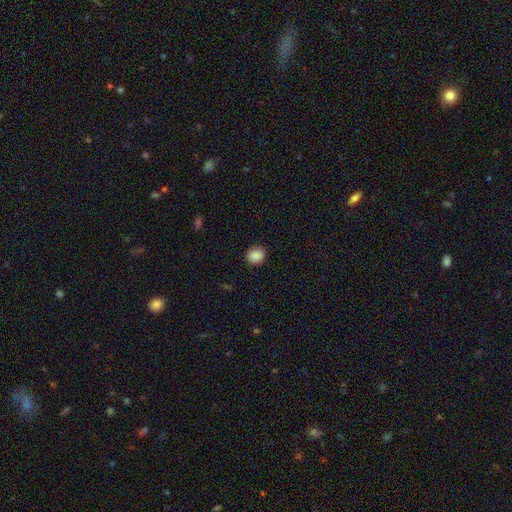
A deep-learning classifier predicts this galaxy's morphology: Overall: smooth (88%). How rounded: round (63%; in between 36%). Merging: none (86%).